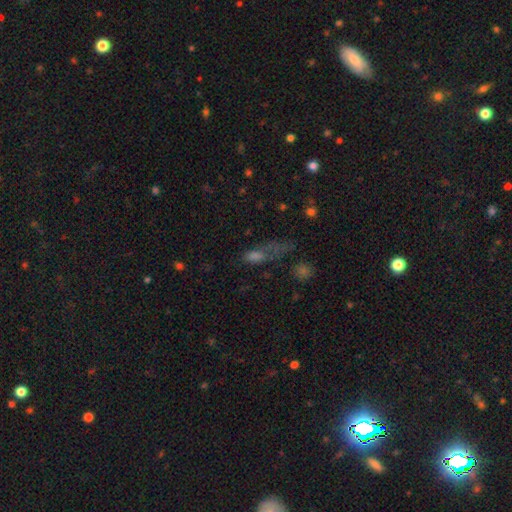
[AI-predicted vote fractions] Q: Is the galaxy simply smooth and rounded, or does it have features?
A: smooth — 48%.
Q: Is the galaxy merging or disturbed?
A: none — 38%.